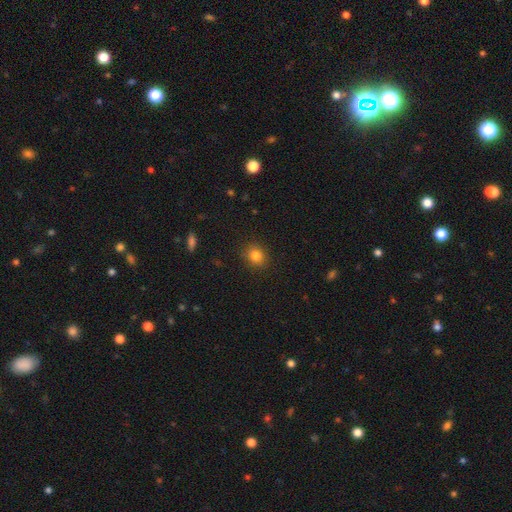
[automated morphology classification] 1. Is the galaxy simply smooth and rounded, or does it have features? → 82% smooth, 12% star or artifact, 6% featured or disk.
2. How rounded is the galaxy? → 70% round, 29% in between, 1% cigar-shaped.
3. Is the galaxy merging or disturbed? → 89% none, 8% minor disturbance, 2% major disturbance, 1% merger.